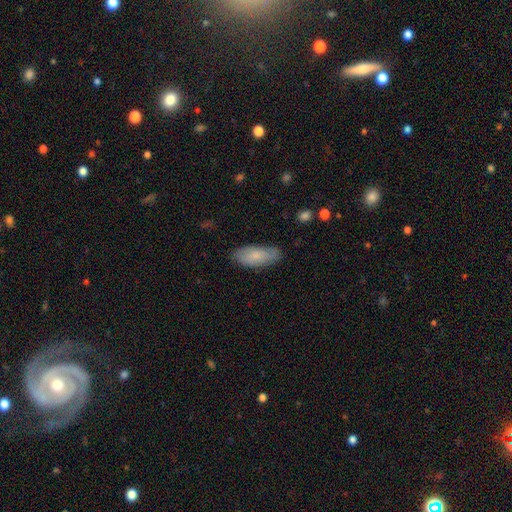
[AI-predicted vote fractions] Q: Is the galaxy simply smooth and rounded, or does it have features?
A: smooth — 74%.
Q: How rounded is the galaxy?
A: in between — 78%.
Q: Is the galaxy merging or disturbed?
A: none — 78%.